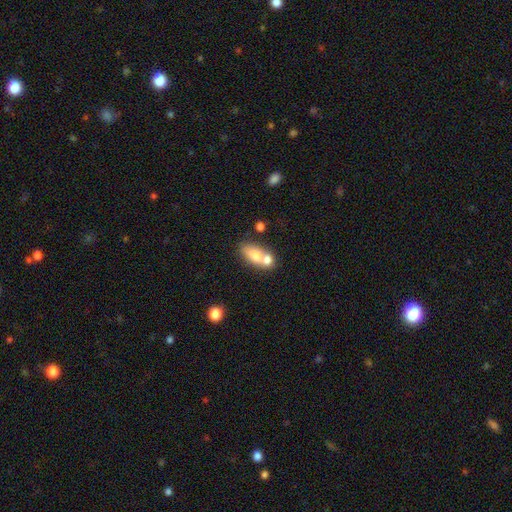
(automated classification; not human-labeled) Smooth or featured? smooth (72%)
How rounded? in between (79%)
Merging? merger (51%)